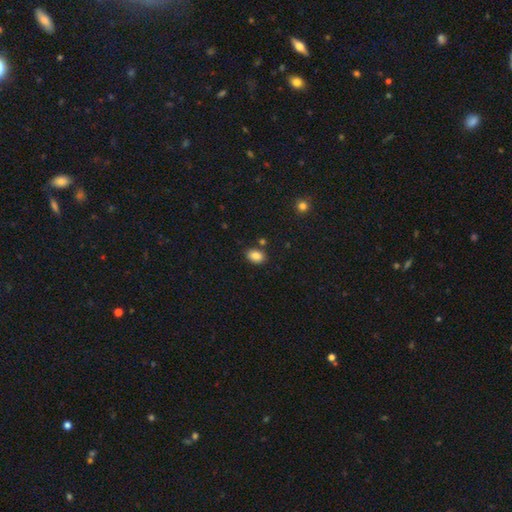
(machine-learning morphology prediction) This is clearly a smooth galaxy (86%). How rounded: likely in between (79%). Merging: clearly none (83%).